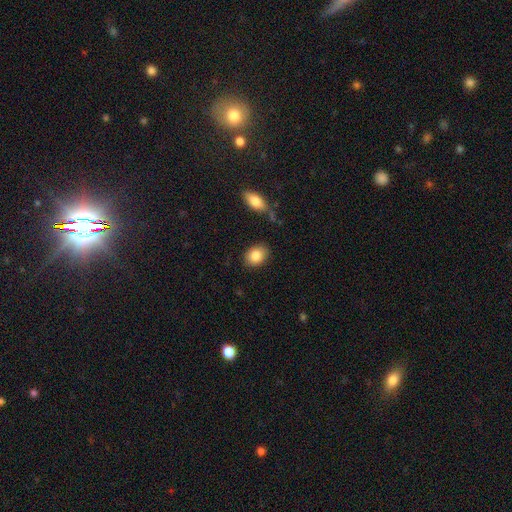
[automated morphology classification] Smooth or featured?
  - smooth: 86% *
  - star or artifact: 7%
  - featured or disk: 7%
How rounded?
  - in between: 68% *
  - round: 31%
  - cigar-shaped: 1%
Merging?
  - none: 84% *
  - minor disturbance: 11%
  - major disturbance: 3%
  - merger: 3%